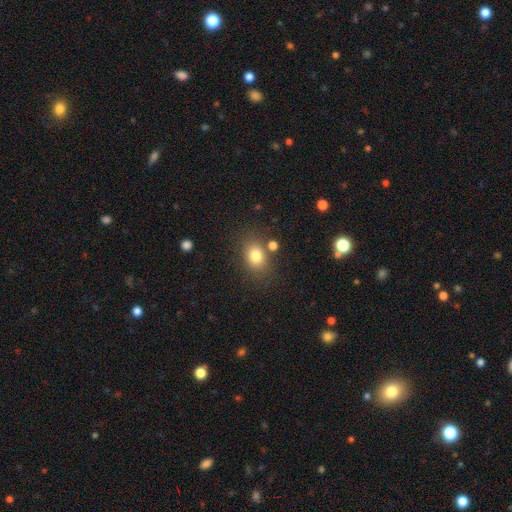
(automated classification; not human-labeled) Smooth or featured? smooth (79%)
How rounded? in between (56%)
Merging? none (75%)